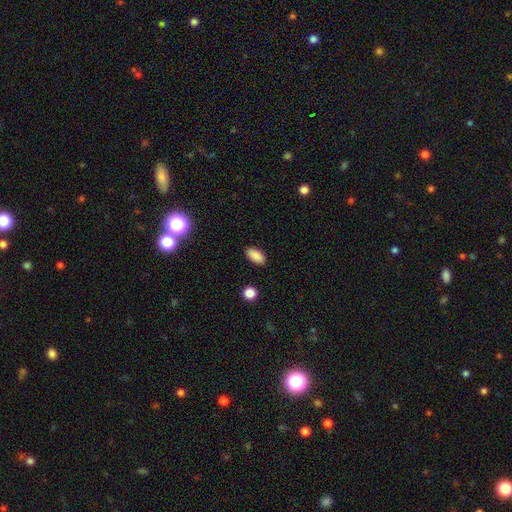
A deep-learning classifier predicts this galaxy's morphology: A smooth galaxy with no disk features (87%) that is in between round and cigar-shaped (92%).

Vote fractions:
- Smooth or featured? smooth: 87% / star or artifact: 9% / featured or disk: 4%
- How rounded? in between: 92% / cigar-shaped: 5% / round: 4%
- Merging? none: 89% / minor disturbance: 8% / major disturbance: 2% / merger: 1%